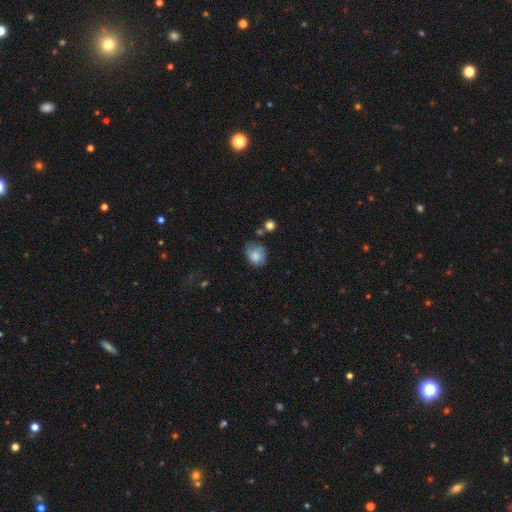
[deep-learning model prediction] Morphology: type=smooth (66%); roundness=round (56%); merging=none (51%).